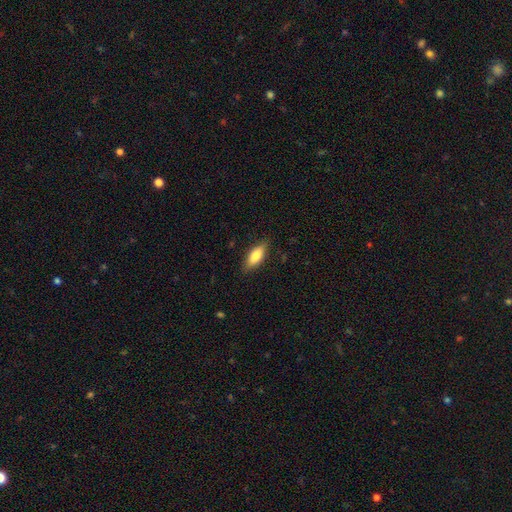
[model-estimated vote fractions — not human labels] smooth-or-featured: smooth: 79% | featured or disk: 14% | star or artifact: 6%
  how-rounded: in between: 74% | cigar-shaped: 24% | round: 2%
  merging: none: 83% | minor disturbance: 13% | major disturbance: 3% | merger: 1%